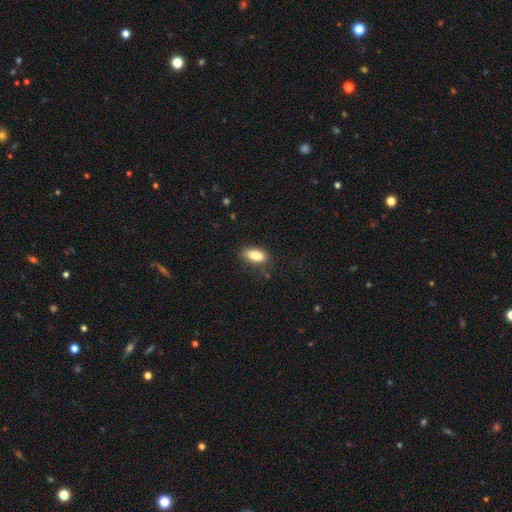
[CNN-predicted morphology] This is clearly a smooth galaxy (85%). How rounded: clearly in between (88%). Merging: likely none (76%).